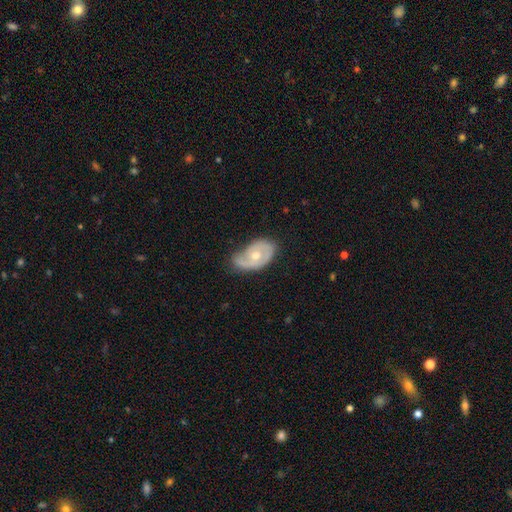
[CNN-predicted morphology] featured or disk 65%, smooth 29%, star or artifact 5%. Down the decision tree: edge-on disk — no (95%); bar — no (79%); spiral arms — yes (68%); bulge size — moderate (68%); merging — none (45%).